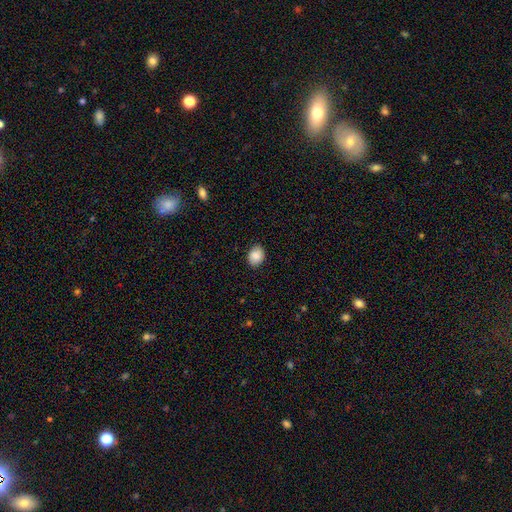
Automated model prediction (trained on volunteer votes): Smooth or featured? smooth (87%)
How rounded? in between (58%)
Merging? none (86%)